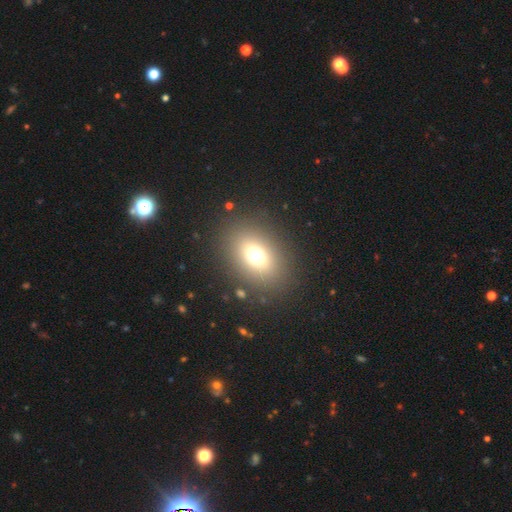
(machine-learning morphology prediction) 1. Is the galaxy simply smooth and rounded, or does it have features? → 68% smooth, 19% star or artifact, 13% featured or disk.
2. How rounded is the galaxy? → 60% in between, 39% round, 1% cigar-shaped.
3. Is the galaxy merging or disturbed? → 84% none, 8% minor disturbance, 5% major disturbance, 2% merger.